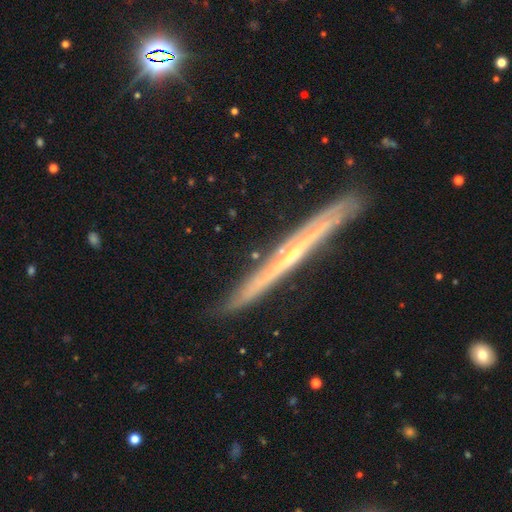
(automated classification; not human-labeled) Smooth or featured? featured or disk (73%)
Edge-on disk? yes (93%)
Edge-on bulge? none (58%)
Merging? none (82%)